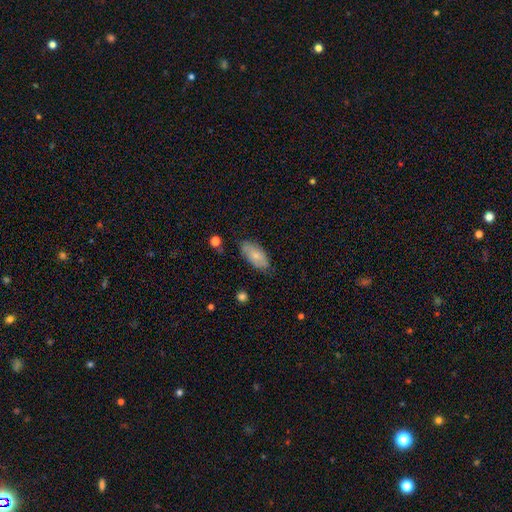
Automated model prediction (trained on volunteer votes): smooth 72%, featured or disk 22%, star or artifact 6%. Down the decision tree: how rounded — in between (92%); merging — none (74%).